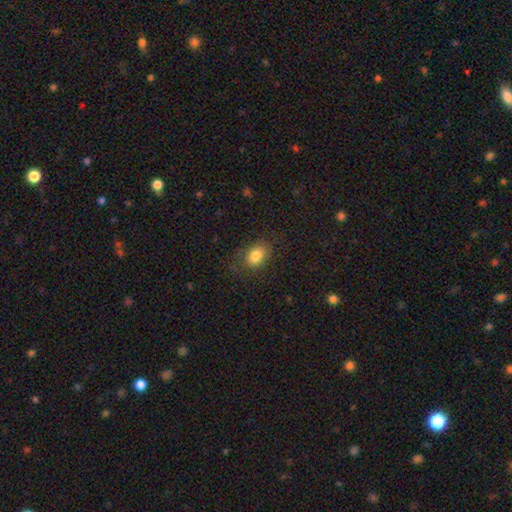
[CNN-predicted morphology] This appears to be a smooth galaxy with no disk features (83%) that is in between round and cigar-shaped (76%). Merging: none (76%).